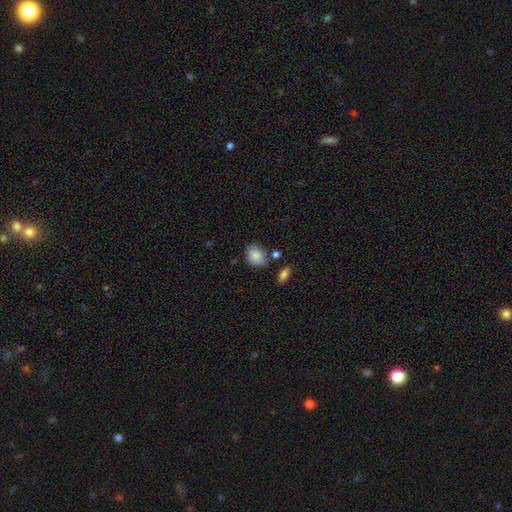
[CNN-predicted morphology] This appears to be a smooth galaxy with no disk features (87%) that is in between round and cigar-shaped (50%). Merging: none (68%).